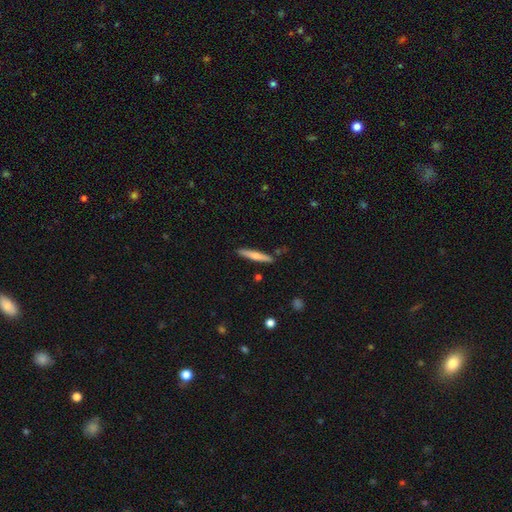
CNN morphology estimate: This appears to be a smooth galaxy with no disk features (58%) that is cigar-shaped (93%). Merging: none (88%).